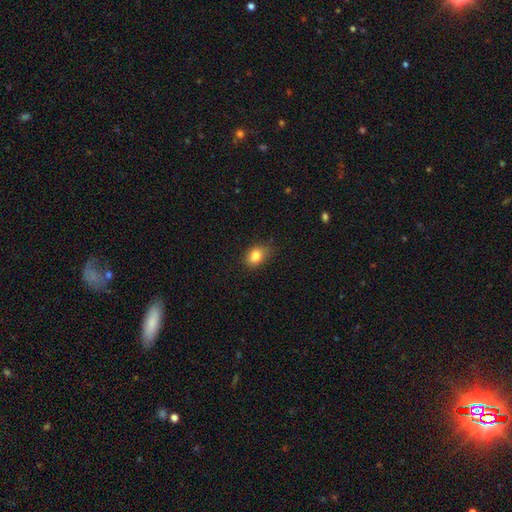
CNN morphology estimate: A smooth galaxy with no disk features (83%) that is in between round and cigar-shaped (70%). Merging: none (72%).